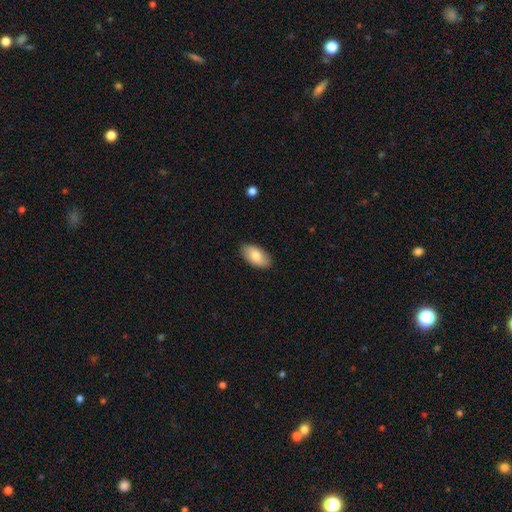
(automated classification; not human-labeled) This appears to be a smooth galaxy with no disk features (79%) that is in between round and cigar-shaped (95%). Merging: none (88%).